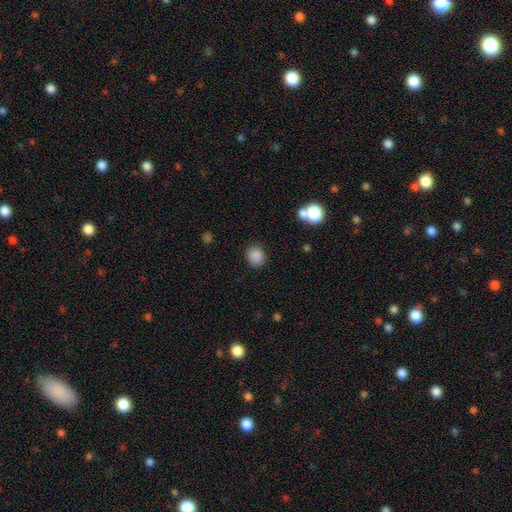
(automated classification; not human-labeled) The model was most divided on "how rounded": round: 76%, in between: 23%, cigar-shaped: 1%. More confident: smooth or featured — smooth (86%); merging — none (85%).